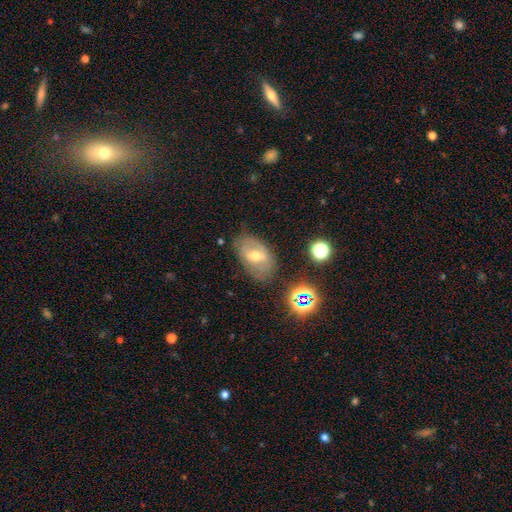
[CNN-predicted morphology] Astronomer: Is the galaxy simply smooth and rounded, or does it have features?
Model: featured or disk — 50% (runner-up: smooth, 36%).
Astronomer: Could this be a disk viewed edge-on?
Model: no — 91%.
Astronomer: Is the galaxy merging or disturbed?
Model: none — 70%.